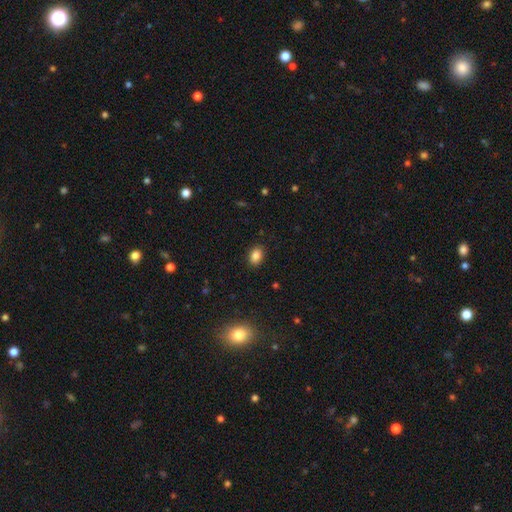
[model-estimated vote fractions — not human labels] smooth_or_featured: smooth (p=0.85) [alt: star or artifact p=0.10]
how_rounded: in between (p=0.78) [alt: round p=0.21]
merging: none (p=0.88) [alt: minor disturbance p=0.09]